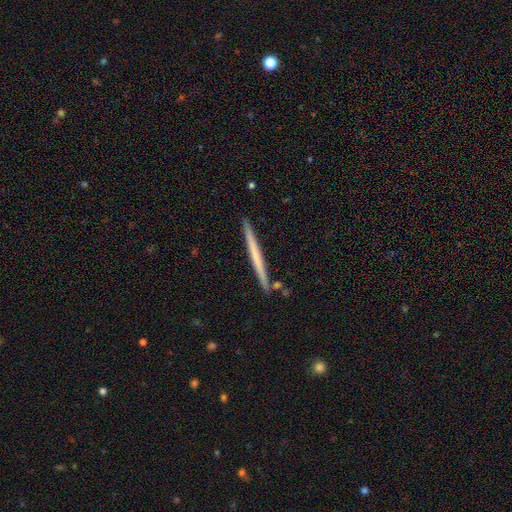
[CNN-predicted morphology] This is possibly a featured or disk galaxy (47%, tied with smooth). Merging: clearly none (90%).